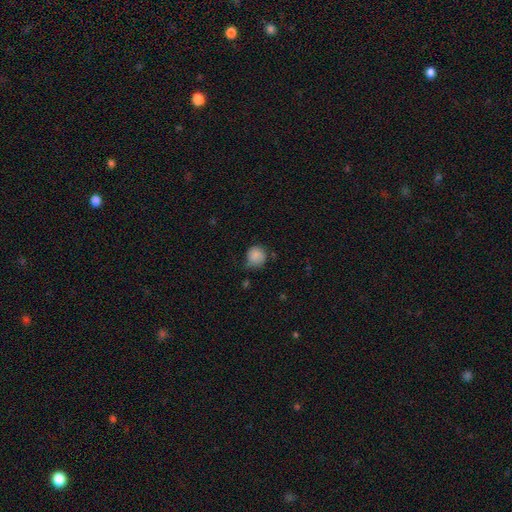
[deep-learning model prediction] Overall: smooth (83%). How rounded: round (82%). Merging: none (54%; minor disturbance 34%).